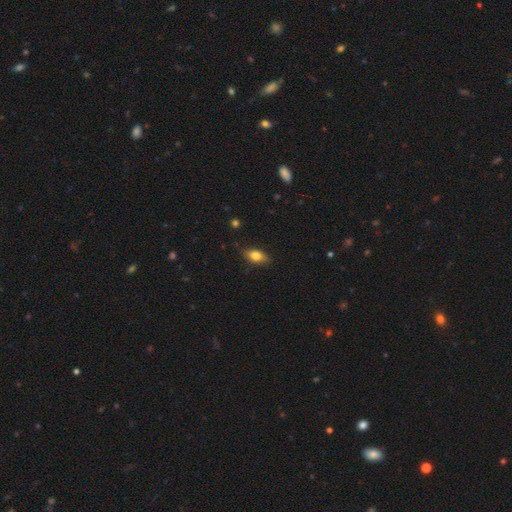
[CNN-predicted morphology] A smooth galaxy with no disk features (71%) that is in between round and cigar-shaped (81%).

Vote fractions:
- Smooth or featured? smooth: 71% / featured or disk: 21% / star or artifact: 8%
- How rounded? in between: 81% / cigar-shaped: 13% / round: 6%
- Merging? none: 80% / minor disturbance: 16% / major disturbance: 3% / merger: 1%